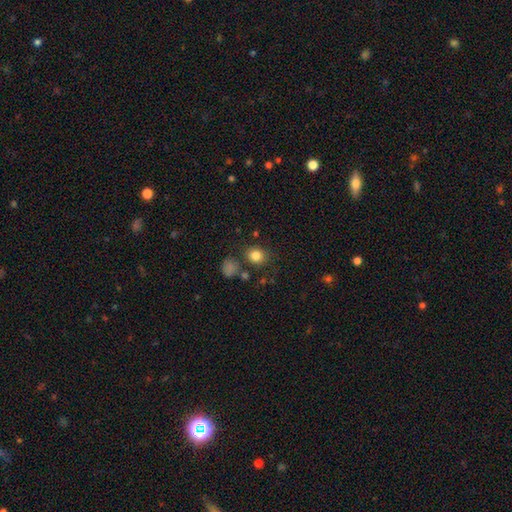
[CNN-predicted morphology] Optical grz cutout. It shows a smooth galaxy with no disk features (83%) that is round (74%). Merging: none (78%).